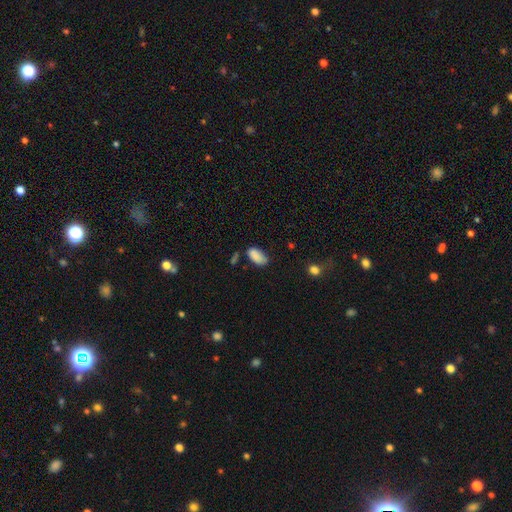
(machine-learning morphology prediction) type=smooth (86%); roundness=in between (93%); merging=none (59%).